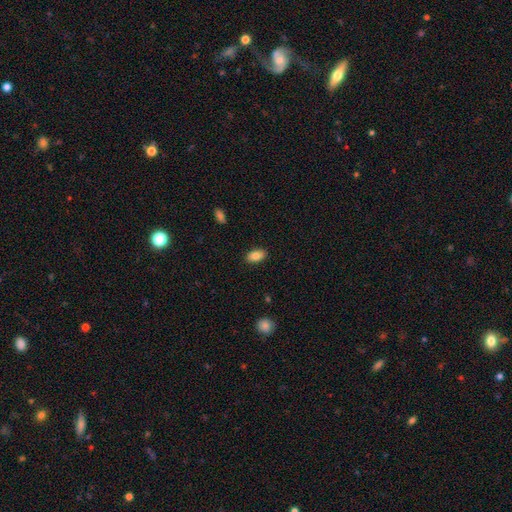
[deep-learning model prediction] This appears to be a smooth galaxy with no disk features (84%) that is in between round and cigar-shaped (93%). Merging: none (88%).